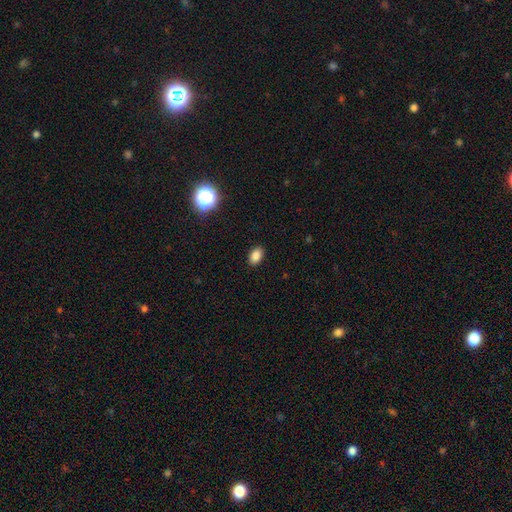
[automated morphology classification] A smooth galaxy with no disk features (85%) that is in between round and cigar-shaped (86%).

Vote fractions:
- Smooth or featured? smooth: 85% / star or artifact: 11% / featured or disk: 4%
- How rounded? in between: 86% / round: 12% / cigar-shaped: 1%
- Merging? none: 89% / minor disturbance: 8% / major disturbance: 2% / merger: 1%